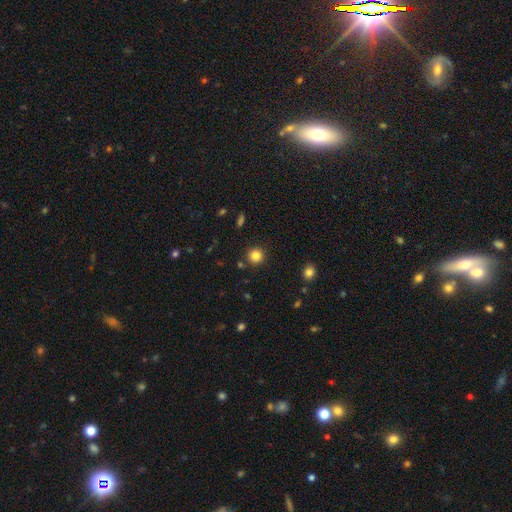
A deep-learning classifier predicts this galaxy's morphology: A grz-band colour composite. It shows a smooth galaxy with no disk features (83%) that is round (94%). Merging: none (89%).